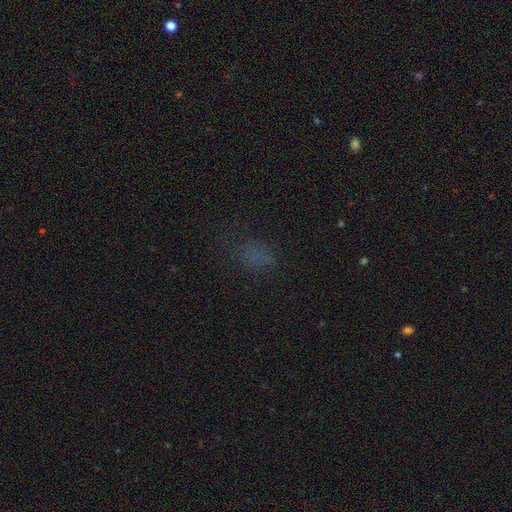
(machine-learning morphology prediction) Smooth or featured? Predicted: smooth (p=0.58). How rounded? Predicted: in between (p=0.65). Merging? Predicted: none (p=0.66).